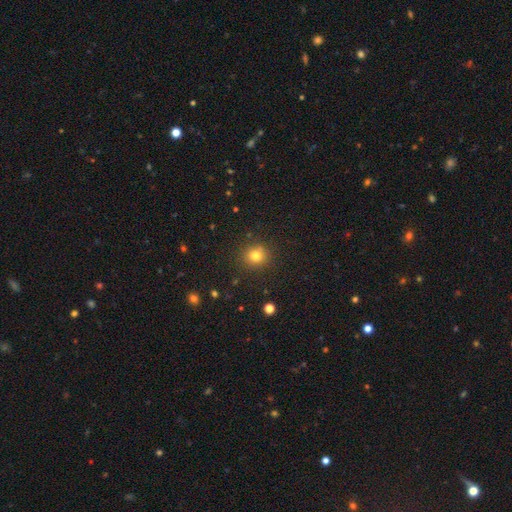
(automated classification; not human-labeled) Q: Smooth or featured?
A: smooth (80%); runner-up: star or artifact (14%)
Q: How rounded?
A: round (89%); runner-up: in between (10%)
Q: Merging?
A: none (88%); runner-up: minor disturbance (7%)